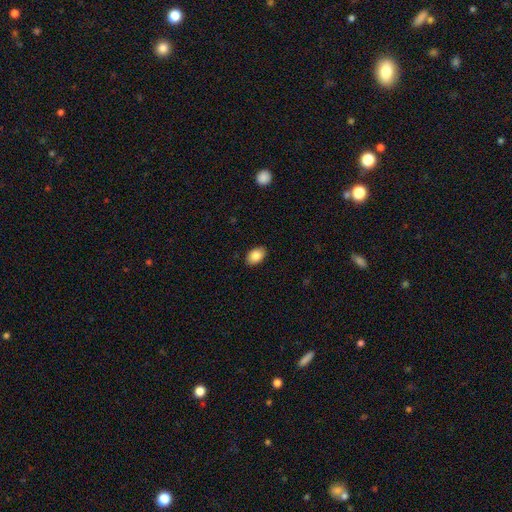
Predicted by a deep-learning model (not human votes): This appears to be a smooth galaxy with no disk features (86%) that is in between round and cigar-shaped (86%). Merging: none (88%).